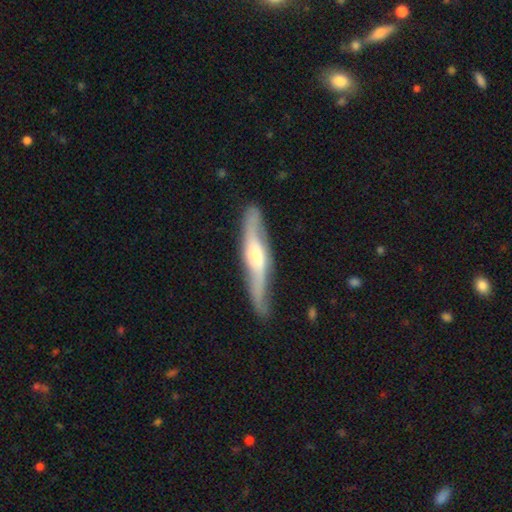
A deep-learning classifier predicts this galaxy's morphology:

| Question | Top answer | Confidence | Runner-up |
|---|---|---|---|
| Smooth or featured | featured or disk | 71% | smooth (24%) |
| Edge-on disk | yes | 55% | no (45%) |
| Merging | none | 76% | minor disturbance (17%) |